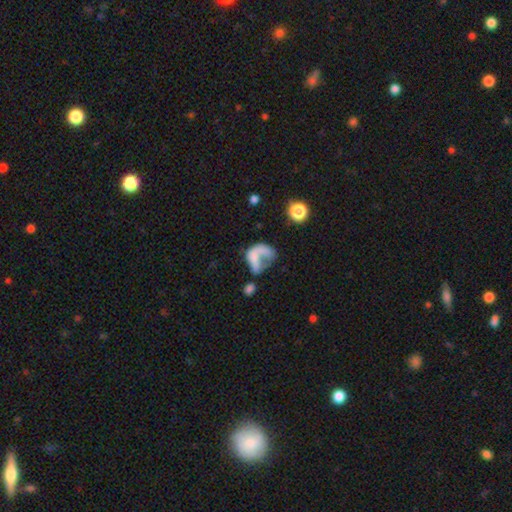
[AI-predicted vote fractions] smooth 48%, featured or disk 41%, star or artifact 11%. Down the decision tree: merging — major disturbance (51%).